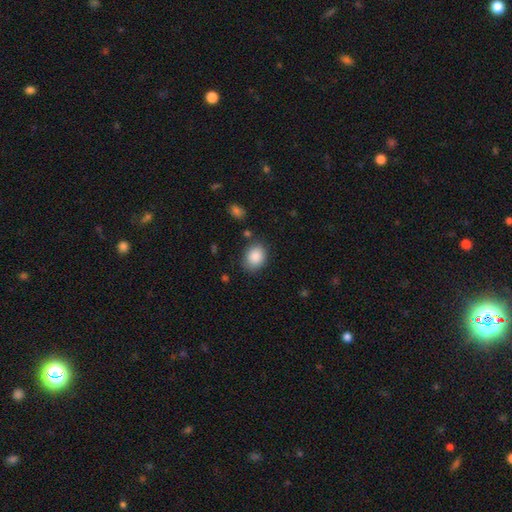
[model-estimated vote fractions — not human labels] Morphology: type=smooth (88%); roundness=in between (55%); merging=none (79%).